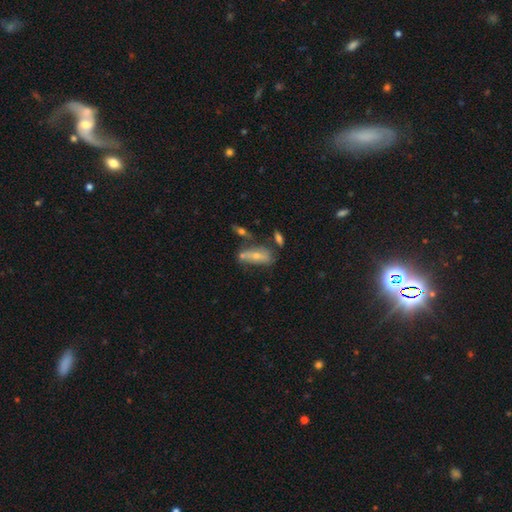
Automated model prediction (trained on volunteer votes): Overall: smooth (53%; featured or disk 38%). How rounded: in between (71%). Merging: none (46%; merger 24%).